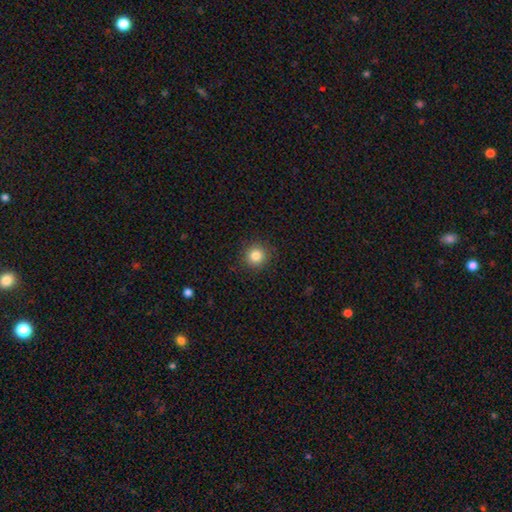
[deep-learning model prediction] The model was most divided on "smooth or featured": smooth: 84%, star or artifact: 11%, featured or disk: 5%. More confident: how rounded — round (93%); merging — none (91%).